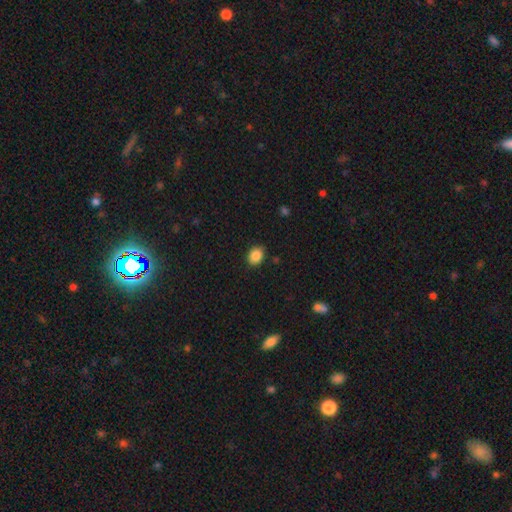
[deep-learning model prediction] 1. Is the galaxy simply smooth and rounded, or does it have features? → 87% smooth, 9% star or artifact, 4% featured or disk.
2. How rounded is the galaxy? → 56% in between, 43% round, 1% cigar-shaped.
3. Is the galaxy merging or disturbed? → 86% none, 10% minor disturbance, 2% major disturbance, 1% merger.